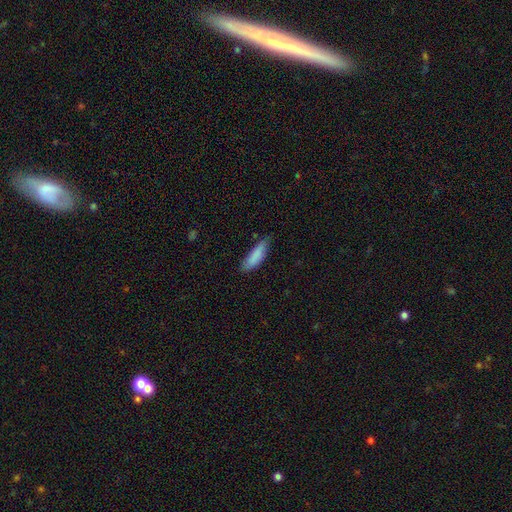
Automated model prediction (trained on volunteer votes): Q: Smooth or featured?
A: smooth (85%); runner-up: featured or disk (9%)
Q: How rounded?
A: cigar-shaped (55%); runner-up: in between (44%)
Q: Merging?
A: none (66%); runner-up: minor disturbance (28%)